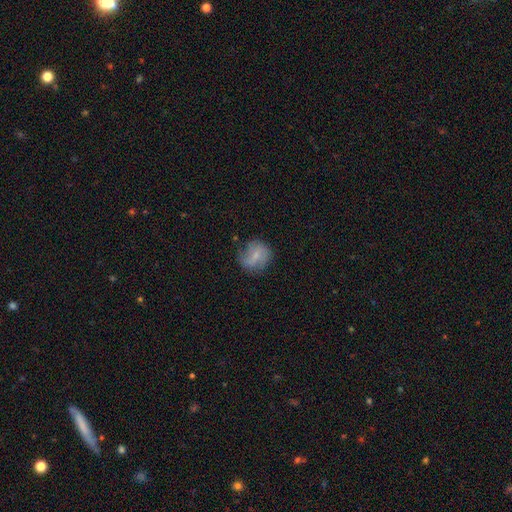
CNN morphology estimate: The model was most divided on "smooth or featured": smooth: 55%, featured or disk: 37%, star or artifact: 9%. More confident: how rounded — round (79%); merging — none (63%).